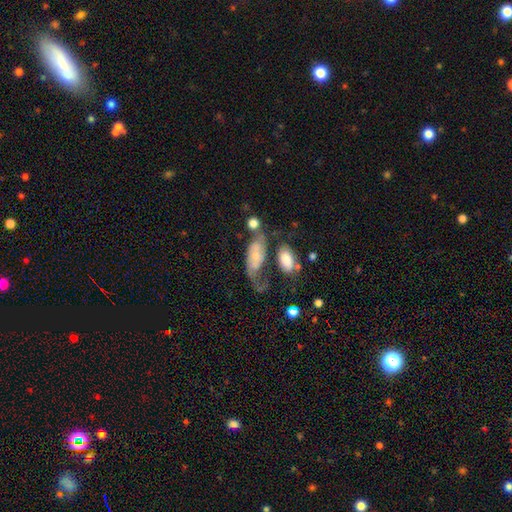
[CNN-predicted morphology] Overall: featured or disk (62%; smooth 30%). Edge-on disk: no (92%). Bar: no (61%; weak 29%). Spiral arms: yes (85%). Bulge size: small (61%; moderate 25%). Merging: none (31%; major disturbance 26%).